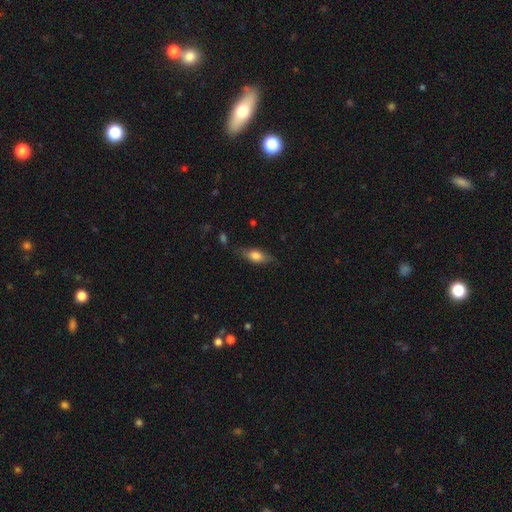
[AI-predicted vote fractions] smooth_or_featured: smooth (p=0.68) [alt: featured or disk p=0.25]
how_rounded: in between (p=0.72) [alt: cigar-shaped p=0.24]
merging: none (p=0.73) [alt: minor disturbance p=0.20]